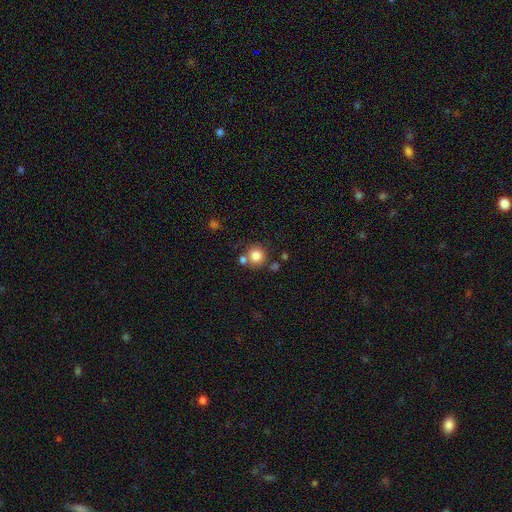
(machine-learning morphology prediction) Smooth or featured? Predicted: smooth (p=0.81). How rounded? Predicted: round (p=0.92). Merging? Predicted: none (p=0.69).